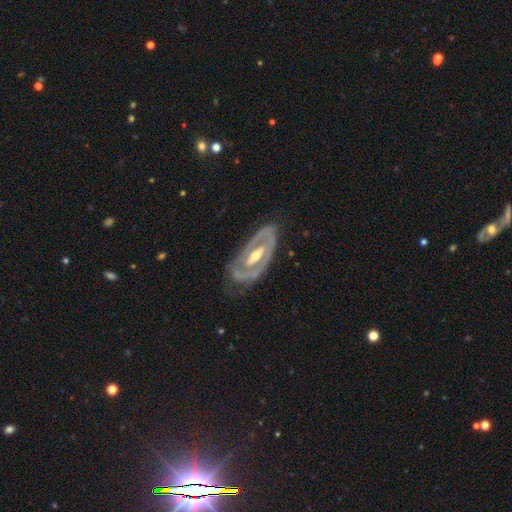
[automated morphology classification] Smooth or featured?
  - featured or disk: 84% *
  - smooth: 12%
  - star or artifact: 4%
Edge-on disk?
  - no: 91% *
  - yes: 9%
Bar?
  - weak: 35% *
  - strong: 33%
  - no: 32%
Spiral arms?
  - yes: 69% *
  - no: 31%
Spiral winding?
  - tight: 56% *
  - medium: 32%
  - loose: 12%
Spiral arm count?
  - 2: 65% *
  - can't tell: 18%
  - 1: 13%
  - 3: 2%
  - 4: 1%
  - more than 4: 1%
Bulge size?
  - moderate: 67% *
  - small: 25%
  - large: 6%
  - none: 1%
  - dominant: 1%
Merging?
  - none: 71% *
  - minor disturbance: 19%
  - major disturbance: 9%
  - merger: 2%